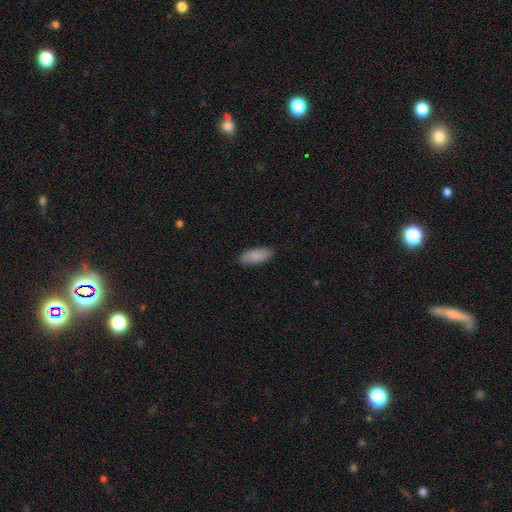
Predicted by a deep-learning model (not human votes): Smooth or featured? smooth (89%)
How rounded? in between (76%)
Merging? none (88%)